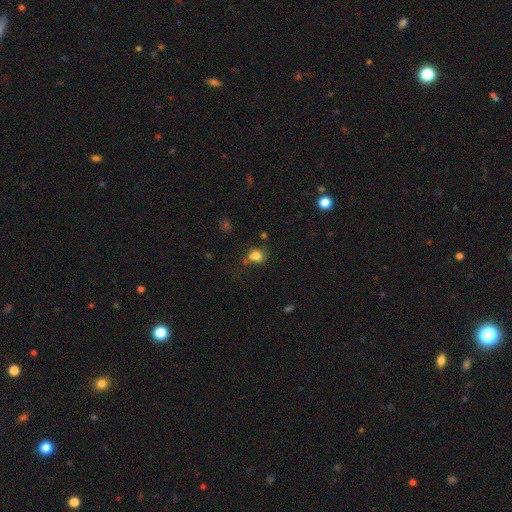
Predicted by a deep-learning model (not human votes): This is likely a smooth galaxy (76%). How rounded: possibly round (54%). Merging: marginally none (40%).